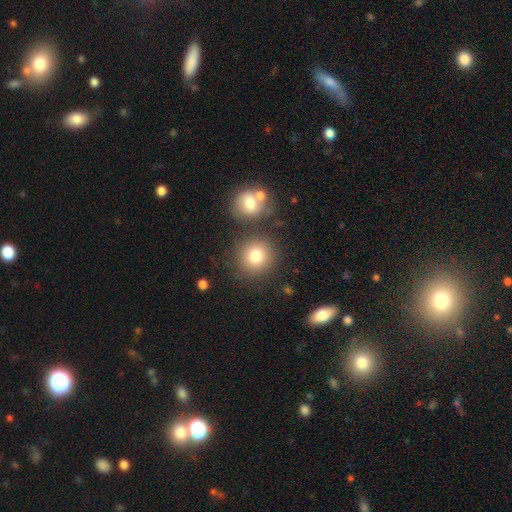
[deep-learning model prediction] The model was most divided on "merging": none: 76%, merger: 11%, minor disturbance: 9%, major disturbance: 4%. More confident: how rounded — round (89%); smooth or featured — smooth (81%).